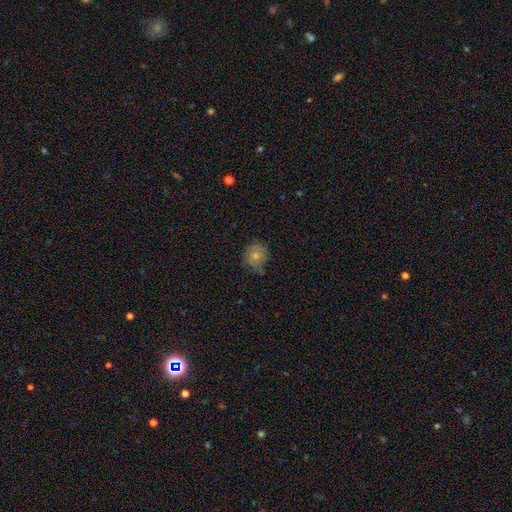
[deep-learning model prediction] A smooth galaxy with no disk features (56%) that is round (76%).

Vote fractions:
- Smooth or featured? smooth: 56% / featured or disk: 34% / star or artifact: 10%
- How rounded? round: 76% / in between: 23% / cigar-shaped: 1%
- Merging? none: 59% / minor disturbance: 30% / major disturbance: 9% / merger: 2%